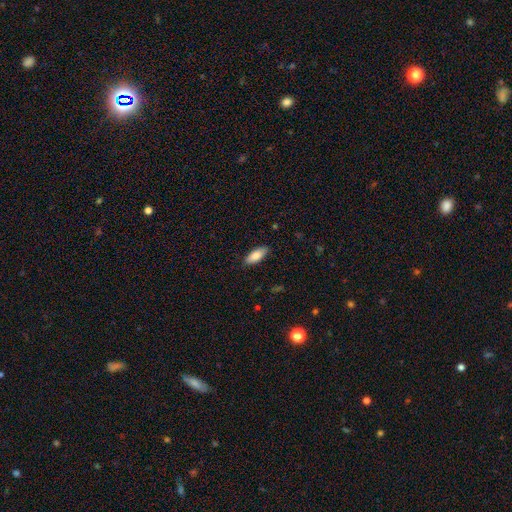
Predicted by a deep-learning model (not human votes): Smooth or featured? Predicted: smooth (p=0.82). How rounded? Predicted: in between (p=0.79). Merging? Predicted: none (p=0.87).